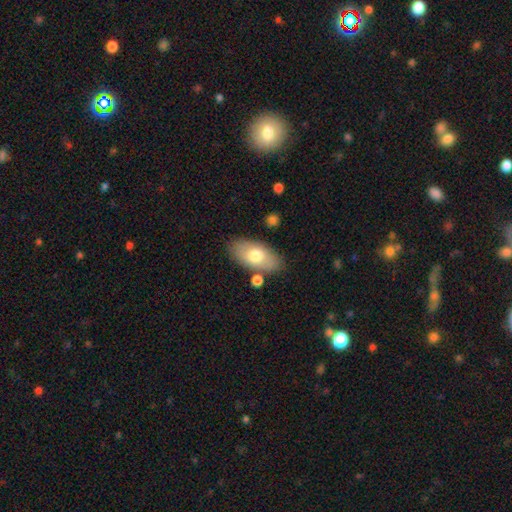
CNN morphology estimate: smooth-or-featured: smooth: 71% | featured or disk: 23% | star or artifact: 6%
  how-rounded: in between: 93% | cigar-shaped: 4% | round: 4%
  merging: none: 80% | minor disturbance: 12% | merger: 5% | major disturbance: 3%